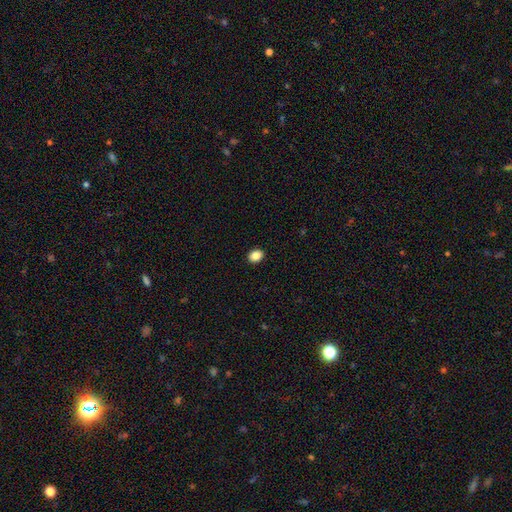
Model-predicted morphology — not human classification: type=smooth (87%); roundness=in between (58%); merging=none (91%).